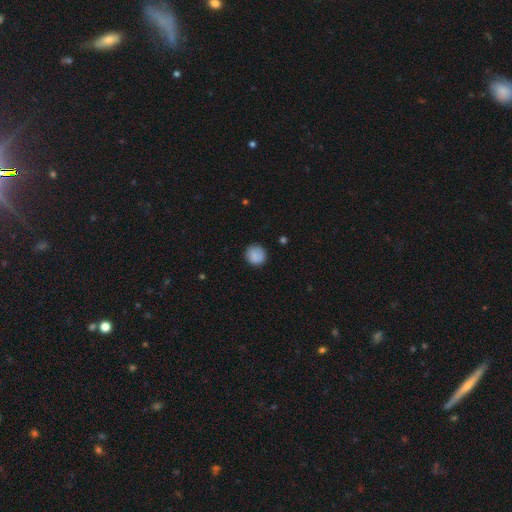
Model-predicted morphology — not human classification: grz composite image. It shows a smooth galaxy with no disk features (87%) that is round (93%). Merging: none (86%).